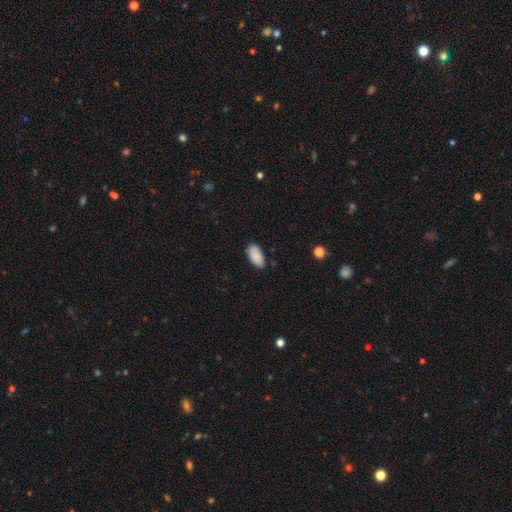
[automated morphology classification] Smooth or featured? Predicted: smooth (p=0.87). How rounded? Predicted: in between (p=0.94). Merging? Predicted: none (p=0.75).